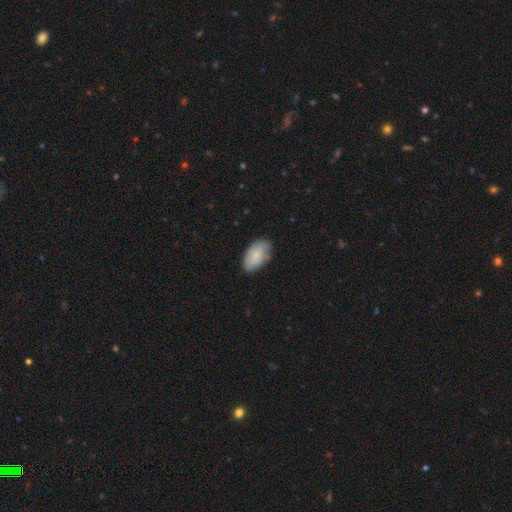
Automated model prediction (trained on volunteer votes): Q: Smooth or featured?
A: smooth (82%); runner-up: featured or disk (11%)
Q: How rounded?
A: in between (95%); runner-up: round (3%)
Q: Merging?
A: none (77%); runner-up: minor disturbance (18%)